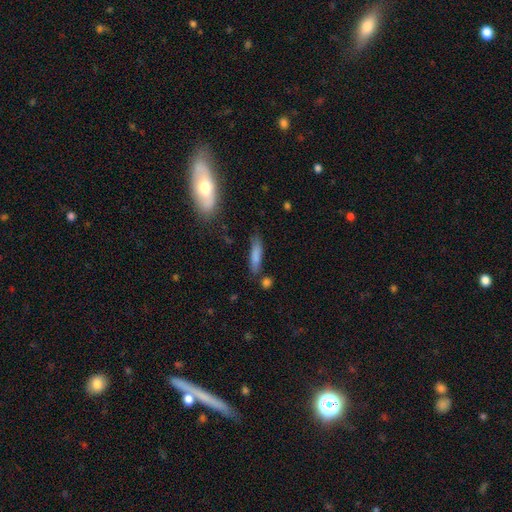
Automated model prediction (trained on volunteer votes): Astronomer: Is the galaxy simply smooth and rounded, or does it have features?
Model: smooth — 79%.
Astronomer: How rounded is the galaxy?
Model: cigar-shaped — 76%.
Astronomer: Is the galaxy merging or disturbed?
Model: none — 72%.